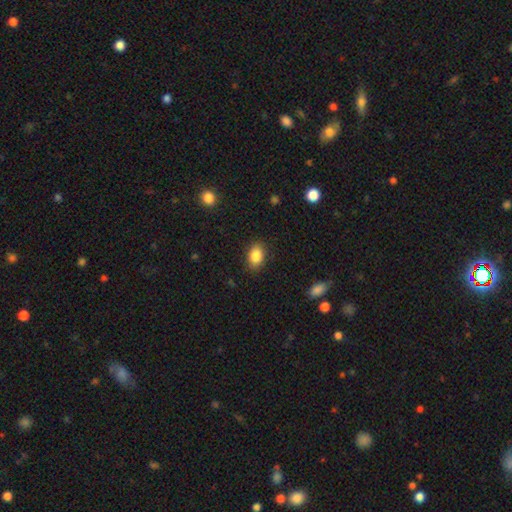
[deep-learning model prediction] smooth 86%, star or artifact 8%, featured or disk 6%. Down the decision tree: how rounded — in between (83%); merging — none (87%).